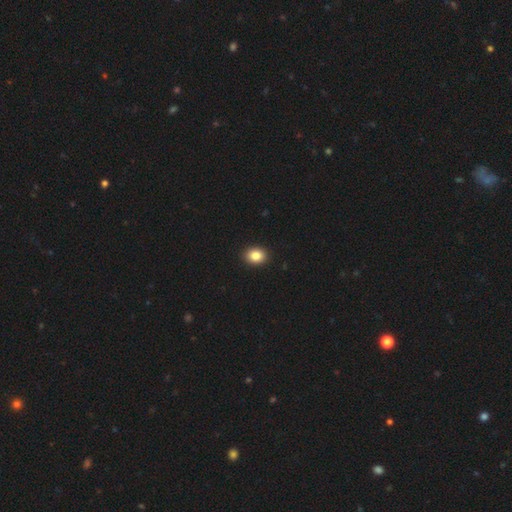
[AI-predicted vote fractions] Smooth or featured: smooth — 86% (star or artifact — 9%)
How rounded: in between — 56% (round — 43%)
Merging: none — 92% (minor disturbance — 6%)